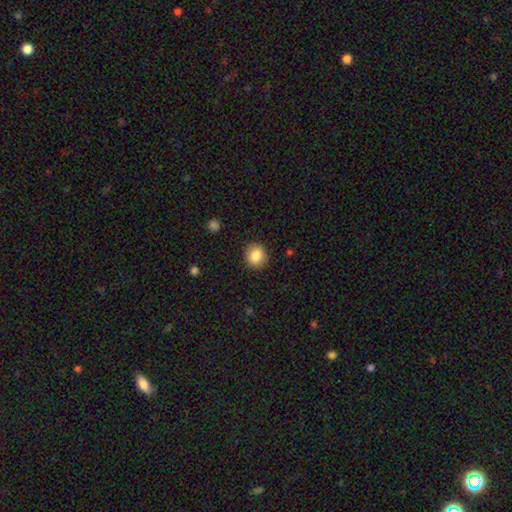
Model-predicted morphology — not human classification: This is clearly a smooth galaxy (85%). How rounded: clearly round (81%). Merging: clearly none (90%).